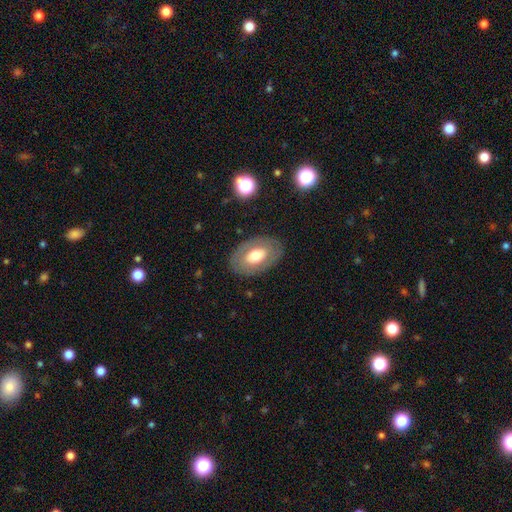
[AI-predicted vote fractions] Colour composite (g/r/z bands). It shows a smooth galaxy with no disk features (52%) that is in between round and cigar-shaped (88%). Merging: none (83%).